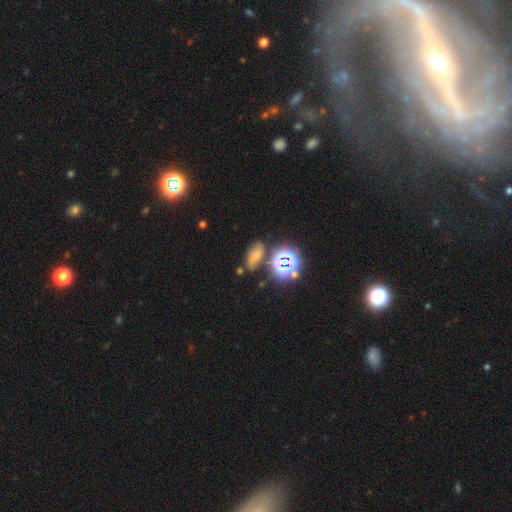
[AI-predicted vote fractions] Morphology: type=smooth (46%); merging=none (61%).